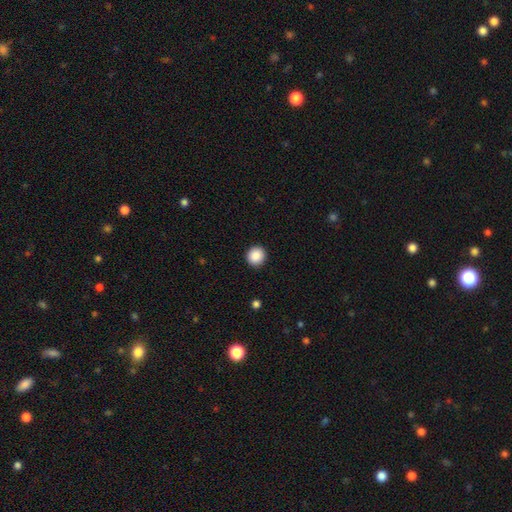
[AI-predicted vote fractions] smooth_or_featured: smooth (p=0.89) [alt: star or artifact p=0.09]
how_rounded: round (p=0.92) [alt: in between p=0.07]
merging: none (p=0.93) [alt: minor disturbance p=0.05]